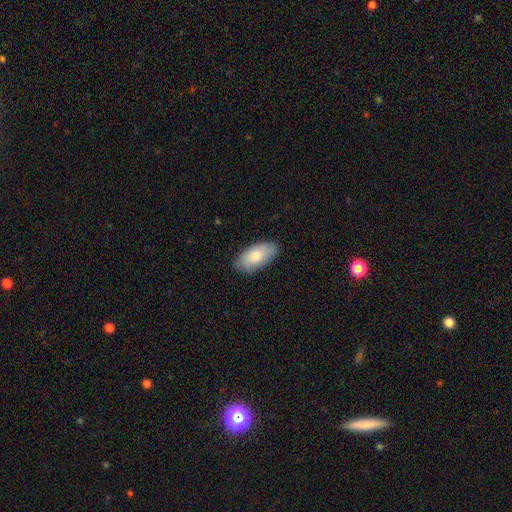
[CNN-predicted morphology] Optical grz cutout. It shows a smooth galaxy with no disk features (79%) that is in between round and cigar-shaped (93%). Merging: none (85%).